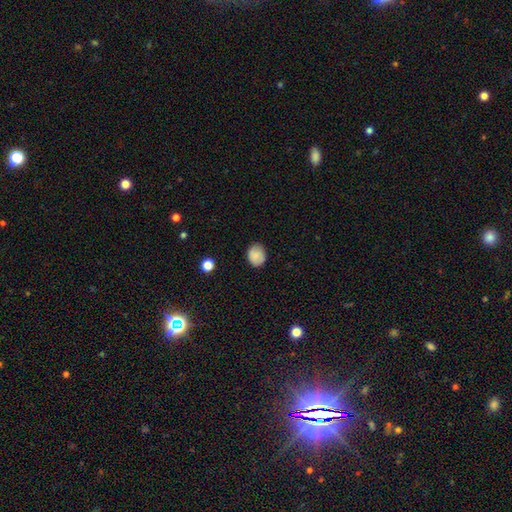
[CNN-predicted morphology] Smooth or featured: smooth — 85% (star or artifact — 8%)
How rounded: round — 57% (in between — 43%)
Merging: none — 82% (minor disturbance — 14%)